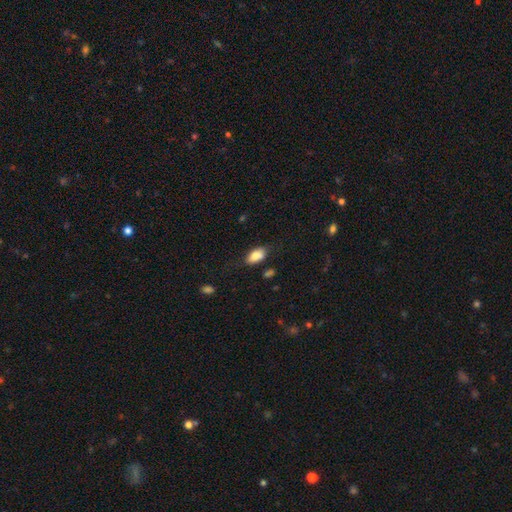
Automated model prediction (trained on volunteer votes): smooth 84%, featured or disk 9%, star or artifact 7%. Down the decision tree: how rounded — in between (92%); merging — none (73%).